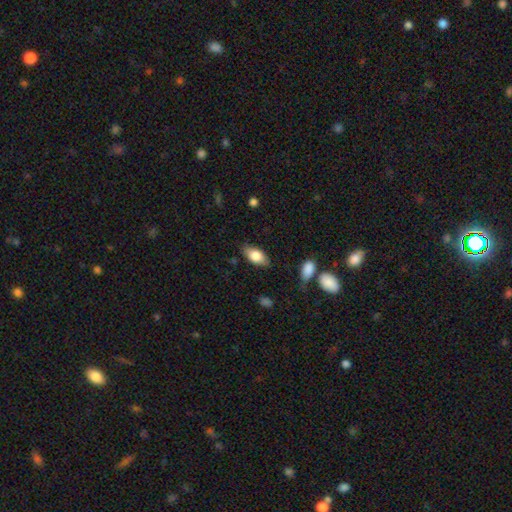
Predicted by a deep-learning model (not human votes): This appears to be a smooth galaxy with no disk features (79%) that is in between round and cigar-shaped (89%). Merging: none (81%).